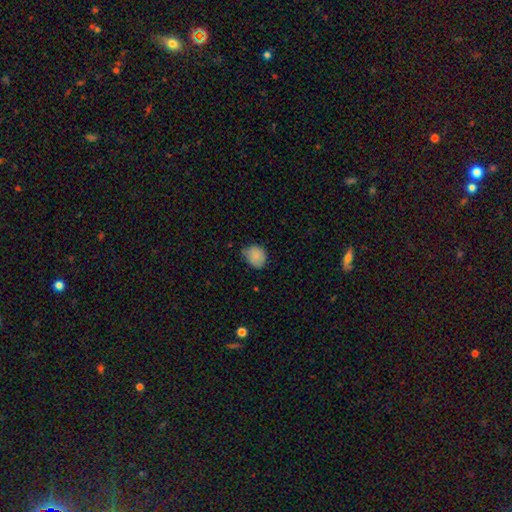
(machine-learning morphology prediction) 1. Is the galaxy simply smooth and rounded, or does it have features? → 85% smooth, 8% star or artifact, 7% featured or disk.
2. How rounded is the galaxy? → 65% round, 34% in between, 1% cigar-shaped.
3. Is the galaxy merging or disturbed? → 58% none, 35% minor disturbance, 6% major disturbance, 2% merger.